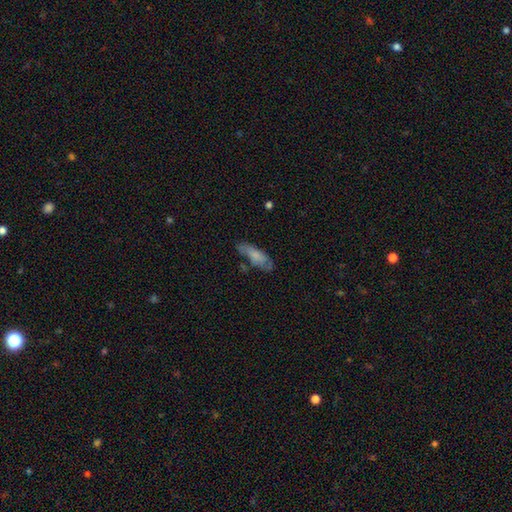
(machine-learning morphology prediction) This is likely a smooth galaxy (67%). How rounded: possibly in between (58%). Merging: possibly none (55%).